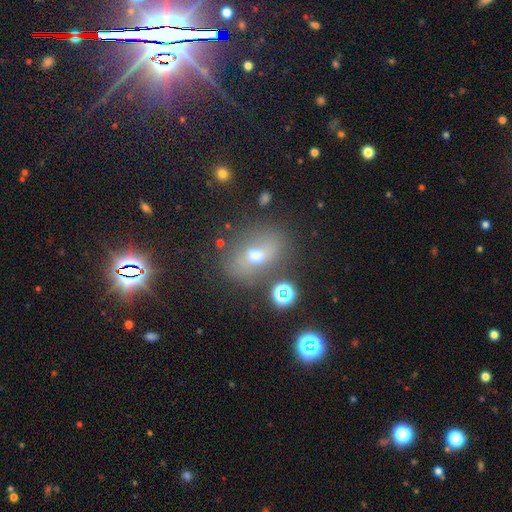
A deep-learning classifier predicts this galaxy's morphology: Smooth or featured: smooth — 43% (featured or disk — 29%)
Merging: none — 76% (minor disturbance — 13%)